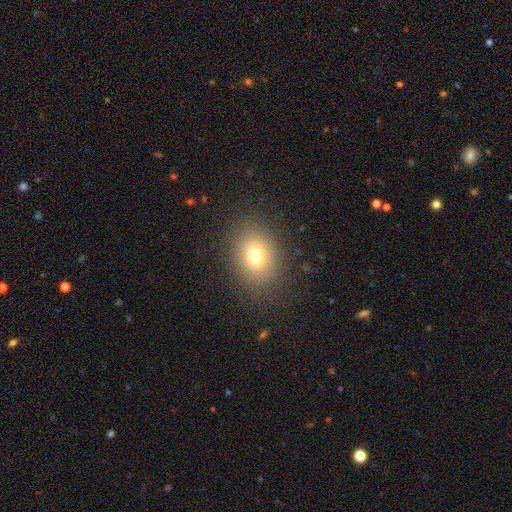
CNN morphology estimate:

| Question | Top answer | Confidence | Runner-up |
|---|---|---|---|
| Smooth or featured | smooth | 73% | star or artifact (15%) |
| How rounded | round | 51% | in between (48%) |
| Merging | none | 85% | minor disturbance (9%) |